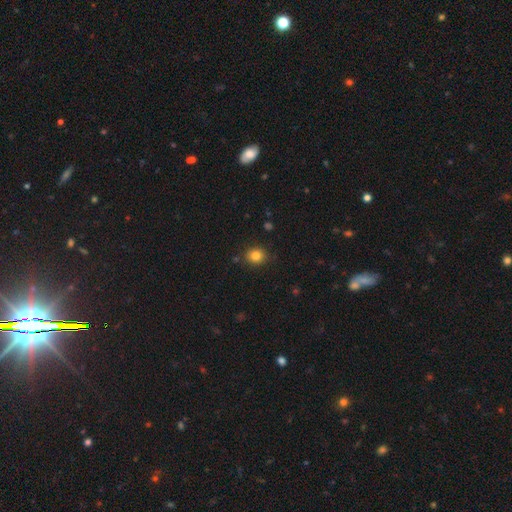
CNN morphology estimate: This is clearly a smooth galaxy (82%). How rounded: likely round (80%). Merging: clearly none (86%).